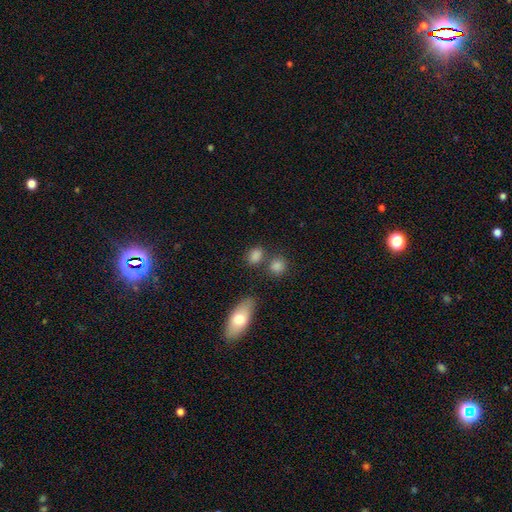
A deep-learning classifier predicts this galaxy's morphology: type=smooth (81%); roundness=in between (55%); merging=none (66%).